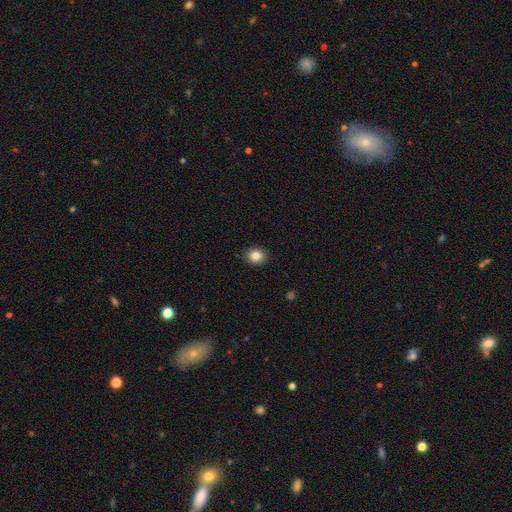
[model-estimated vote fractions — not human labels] smooth-or-featured: smooth: 85% | star or artifact: 10% | featured or disk: 5%
  how-rounded: round: 63% | in between: 37% | cigar-shaped: 1%
  merging: none: 90% | minor disturbance: 7% | major disturbance: 2% | merger: 1%